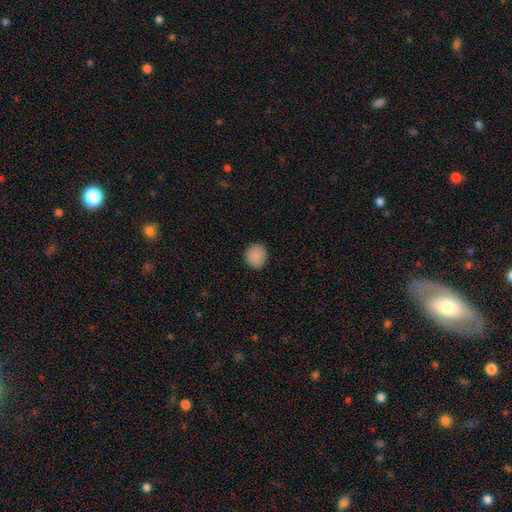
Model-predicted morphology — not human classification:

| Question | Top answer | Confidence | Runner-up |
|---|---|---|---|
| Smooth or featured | smooth | 88% | star or artifact (9%) |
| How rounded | round | 81% | in between (18%) |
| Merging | none | 88% | minor disturbance (9%) |